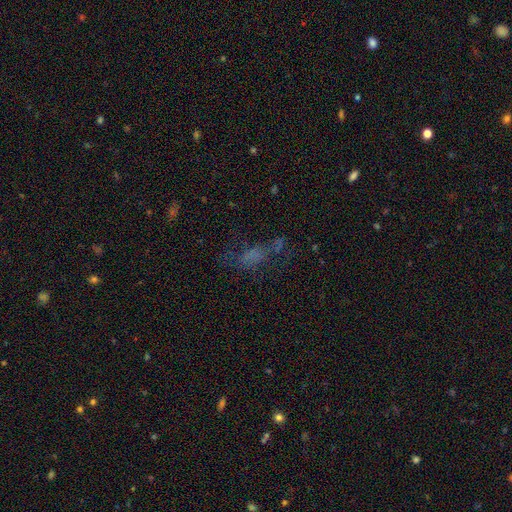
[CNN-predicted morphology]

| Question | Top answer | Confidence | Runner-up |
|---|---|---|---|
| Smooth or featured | smooth | 40% | star or artifact (33%) |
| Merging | none | 46% | major disturbance (27%) |